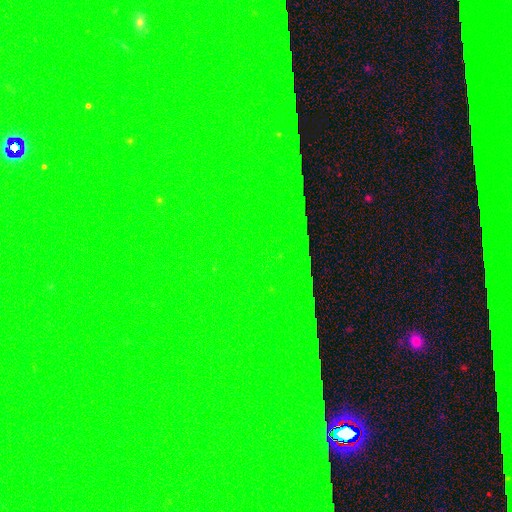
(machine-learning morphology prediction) Smooth or featured? star or artifact (87%)